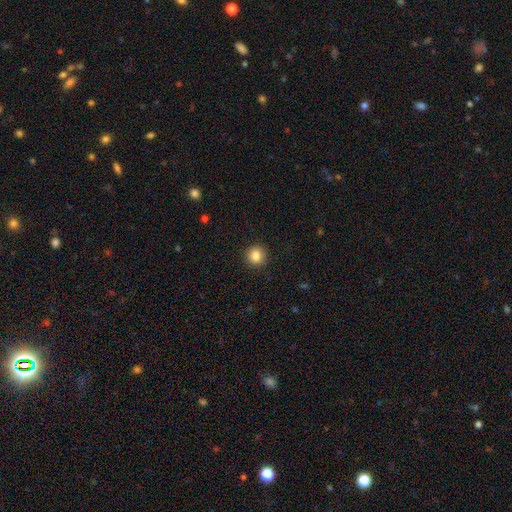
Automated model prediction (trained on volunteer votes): Morphology: type=smooth (85%); roundness=round (93%); merging=none (92%).